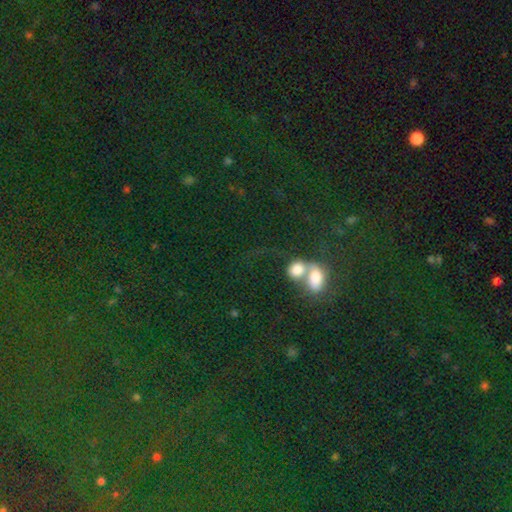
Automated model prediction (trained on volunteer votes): smooth_or_featured: star or artifact (p=0.55) [alt: smooth p=0.33]